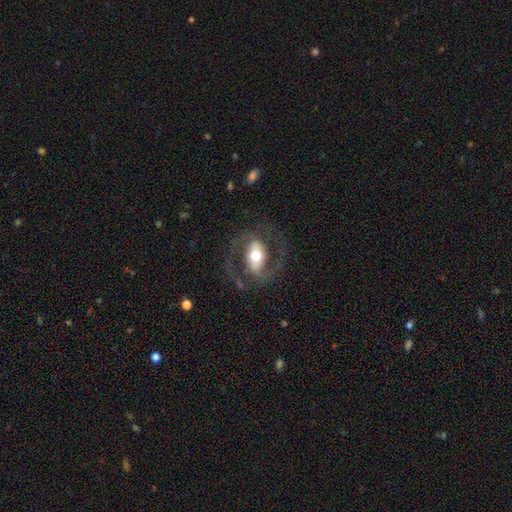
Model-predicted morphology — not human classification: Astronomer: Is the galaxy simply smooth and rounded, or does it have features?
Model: featured or disk — 79%.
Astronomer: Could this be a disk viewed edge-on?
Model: no — 95%.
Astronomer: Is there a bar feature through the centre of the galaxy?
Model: strong — 49% (runner-up: weak, 29%).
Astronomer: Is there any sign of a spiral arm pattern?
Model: yes — 84%.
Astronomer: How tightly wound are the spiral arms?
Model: medium — 56%.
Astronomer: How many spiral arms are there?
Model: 2 — 89%.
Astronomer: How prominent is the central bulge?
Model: moderate — 64%.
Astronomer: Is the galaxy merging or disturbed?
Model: none — 72%.